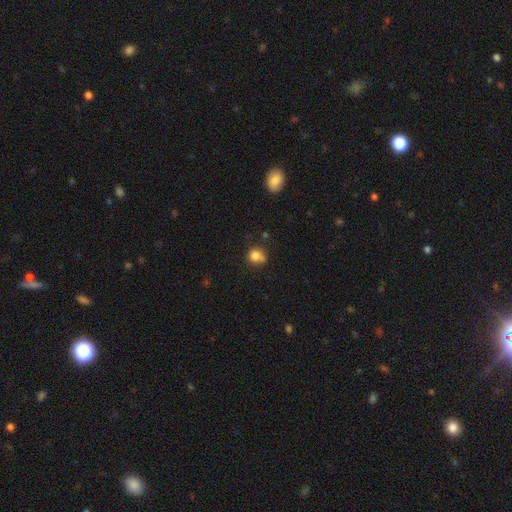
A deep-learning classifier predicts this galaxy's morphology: Smooth or featured? Predicted: smooth (p=0.80). How rounded? Predicted: round (p=0.76). Merging? Predicted: none (p=0.57).